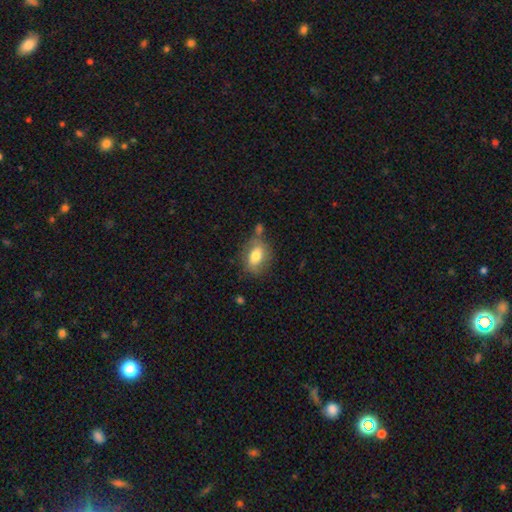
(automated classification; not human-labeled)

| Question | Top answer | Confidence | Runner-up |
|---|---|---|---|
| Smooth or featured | smooth | 73% | featured or disk (20%) |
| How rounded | in between | 75% | round (22%) |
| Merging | none | 62% | minor disturbance (21%) |